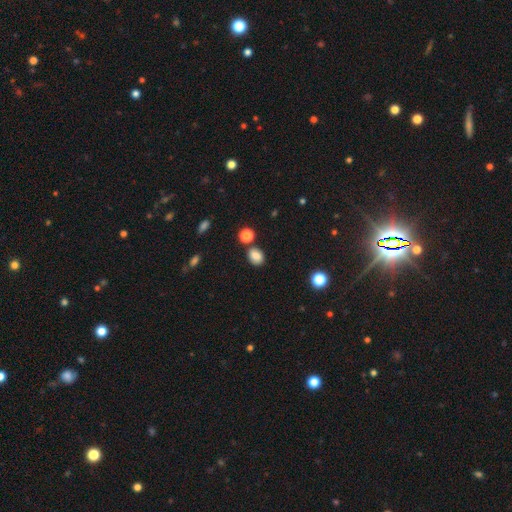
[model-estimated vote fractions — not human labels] Smooth or featured? Predicted: smooth (p=0.83). How rounded? Predicted: in between (p=0.61). Merging? Predicted: none (p=0.77).